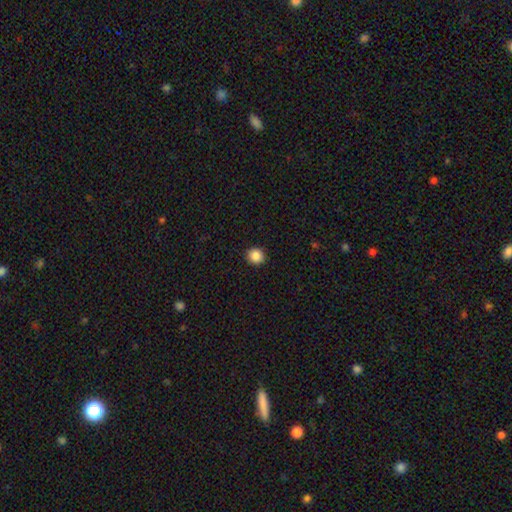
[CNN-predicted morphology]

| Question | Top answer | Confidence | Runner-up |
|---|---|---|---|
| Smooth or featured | smooth | 88% | star or artifact (10%) |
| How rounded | round | 88% | in between (12%) |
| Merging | none | 92% | minor disturbance (5%) |